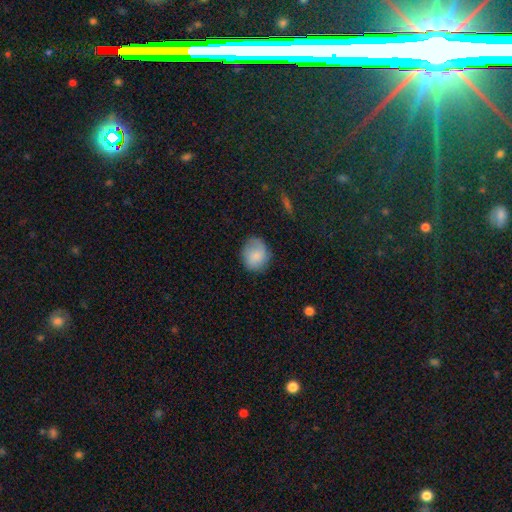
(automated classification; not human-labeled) smooth-or-featured: smooth: 79% | featured or disk: 14% | star or artifact: 7%
  how-rounded: round: 71% | in between: 28% | cigar-shaped: 1%
  merging: none: 72% | minor disturbance: 21% | major disturbance: 6% | merger: 1%